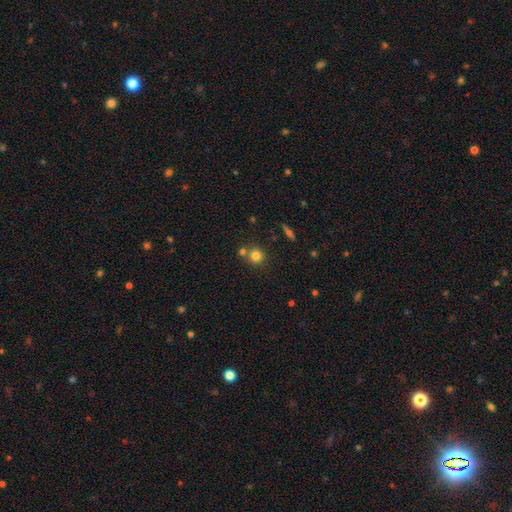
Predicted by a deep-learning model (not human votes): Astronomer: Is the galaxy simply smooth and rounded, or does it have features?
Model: smooth — 78%.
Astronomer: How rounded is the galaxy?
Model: round — 89%.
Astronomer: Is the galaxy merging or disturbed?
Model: none — 63%.